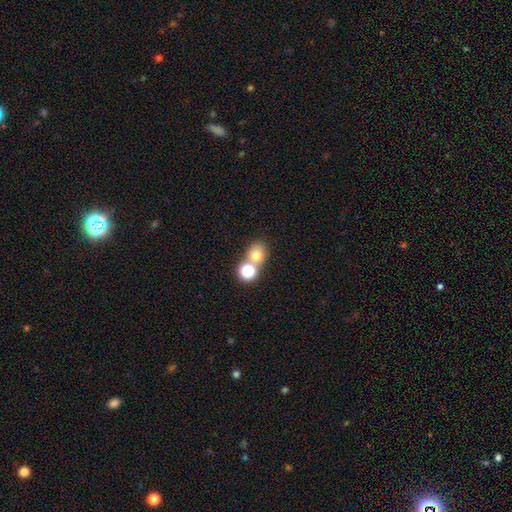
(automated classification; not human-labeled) The model was most divided on "merging" (2-way tie): none: 45%, merger: 45%, minor disturbance: 7%, major disturbance: 3%. More confident: smooth or featured — smooth (73%); how rounded — round (68%).